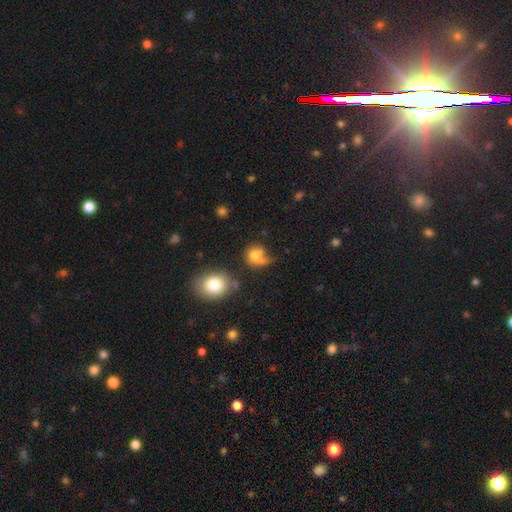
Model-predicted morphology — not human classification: Smooth or featured: smooth — 72% (featured or disk — 16%)
How rounded: round — 76% (in between — 23%)
Merging: none — 35% (major disturbance — 27%)